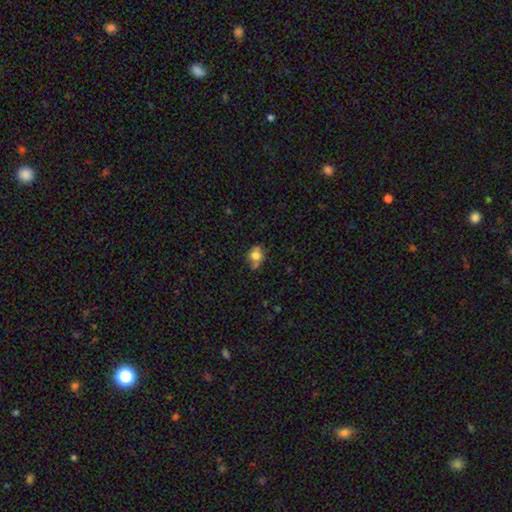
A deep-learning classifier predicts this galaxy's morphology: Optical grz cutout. It shows a smooth galaxy with no disk features (72%) that is round (57%). Merging: none (58%).